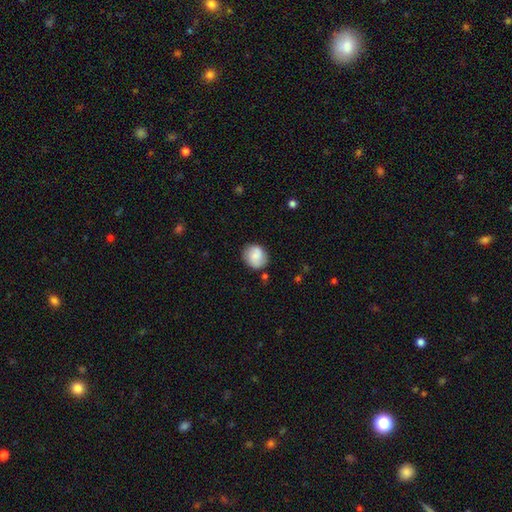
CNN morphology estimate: Smooth or featured: smooth — 70% (featured or disk — 22%)
How rounded: round — 79% (in between — 20%)
Merging: none — 77% (minor disturbance — 16%)